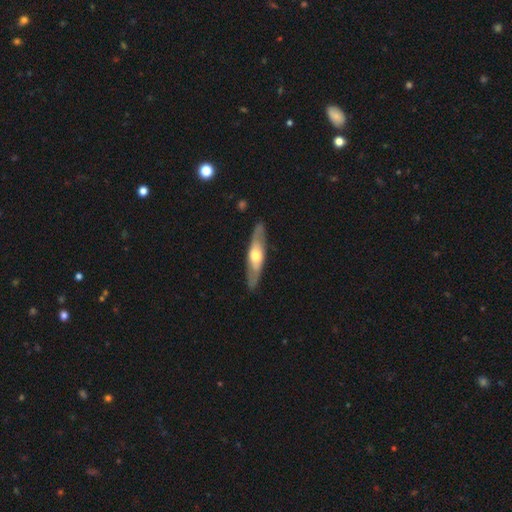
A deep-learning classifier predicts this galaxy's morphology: A featured or disk galaxy (58%) viewed edge-on (66%).

Vote fractions:
- Smooth or featured? featured or disk: 58% / smooth: 38% / star or artifact: 4%
- Edge-on disk? yes: 66% / no: 34%
- Merging? none: 87% / minor disturbance: 9% / major disturbance: 2% / merger: 1%